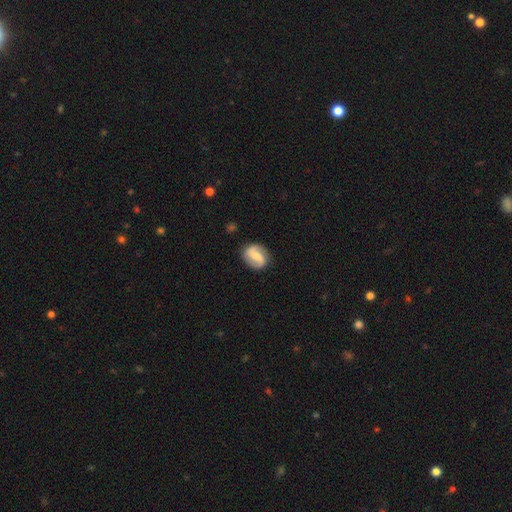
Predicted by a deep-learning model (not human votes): Q: Smooth or featured?
A: featured or disk (68%); runner-up: smooth (26%)
Q: Edge-on disk?
A: no (97%); runner-up: yes (3%)
Q: Bar?
A: weak (43%); runner-up: strong (34%)
Q: Spiral arms?
A: yes (90%); runner-up: no (10%)
Q: Spiral winding?
A: loose (44%); runner-up: medium (37%)
Q: Spiral arm count?
A: 2 (89%); runner-up: can't tell (5%)
Q: Bulge size?
A: small (44%); runner-up: moderate (39%)
Q: Merging?
A: none (83%); runner-up: minor disturbance (12%)